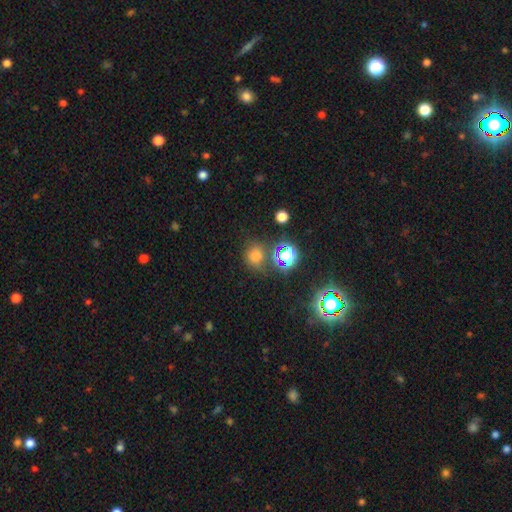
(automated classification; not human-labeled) Overall: smooth (62%; star or artifact 31%). How rounded: round (79%). Merging: none (73%).